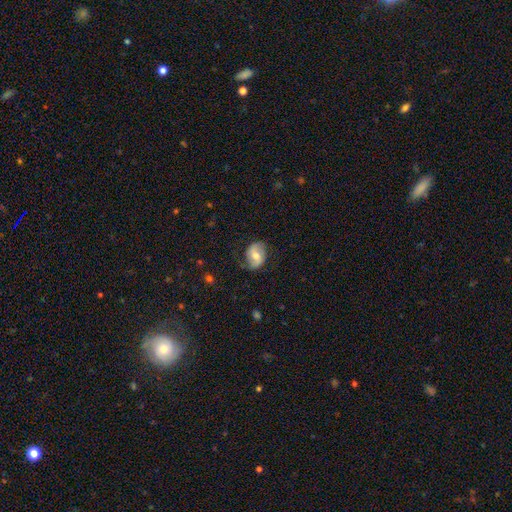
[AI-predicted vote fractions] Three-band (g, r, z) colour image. It shows a featured or disk galaxy (59%) with a weak bar (45%), spiral arms (86%) and a moderate central bulge (63%). Merging: none (74%).